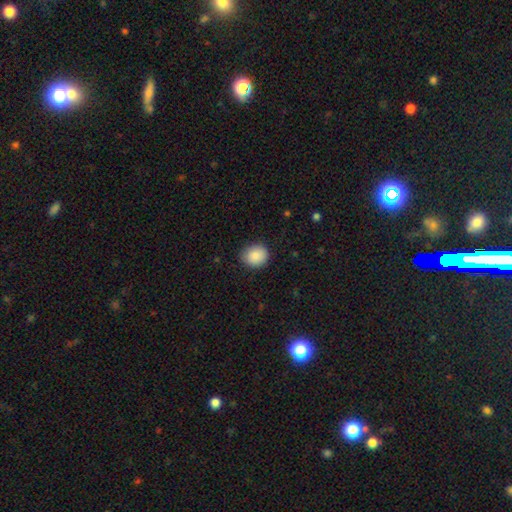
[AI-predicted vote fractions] The model was most divided on "how rounded": round: 80%, in between: 20%, cigar-shaped: 1%. More confident: smooth or featured — smooth (87%); merging — none (85%).